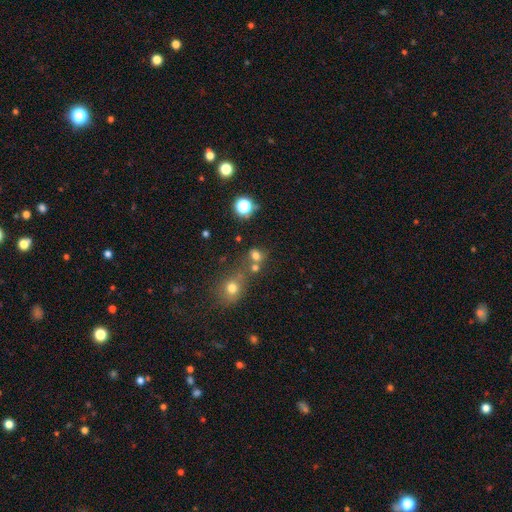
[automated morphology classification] Q: Smooth or featured?
A: smooth (70%); runner-up: star or artifact (21%)
Q: How rounded?
A: round (76%); runner-up: in between (23%)
Q: Merging?
A: none (53%); runner-up: merger (32%)